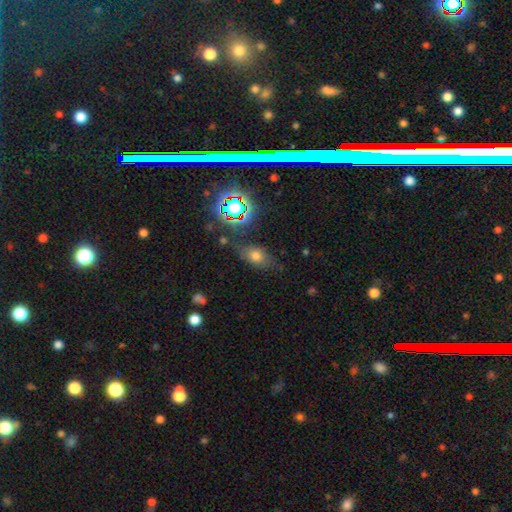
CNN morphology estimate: Smooth or featured? smooth (63%)
How rounded? in between (74%)
Merging? none (67%)